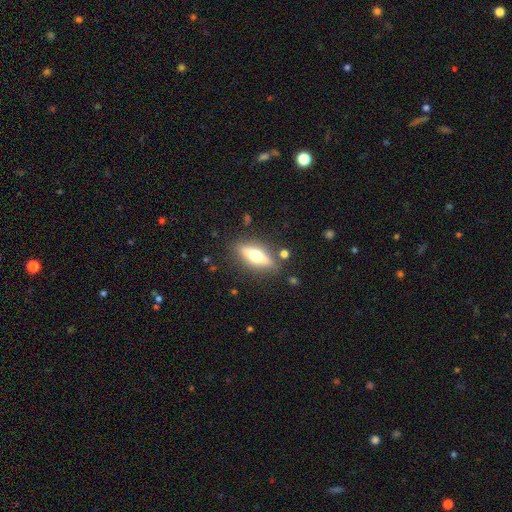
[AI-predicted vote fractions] Smooth or featured: featured or disk — 53% (smooth — 40%)
Edge-on disk: yes — 87% (no — 13%)
Merging: none — 84% (minor disturbance — 10%)